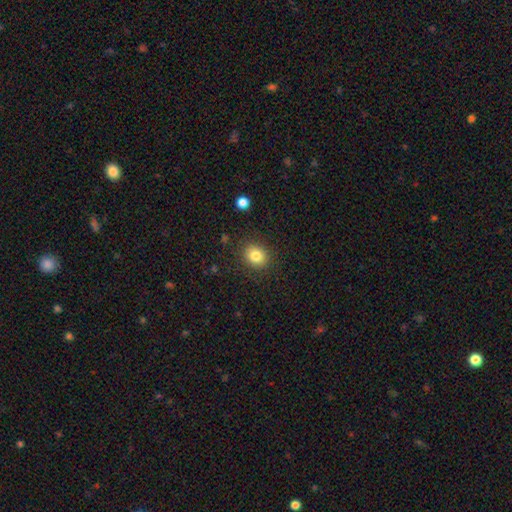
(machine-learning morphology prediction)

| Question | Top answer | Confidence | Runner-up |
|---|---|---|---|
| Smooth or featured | smooth | 83% | star or artifact (10%) |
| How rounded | round | 63% | in between (37%) |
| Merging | none | 87% | minor disturbance (9%) |